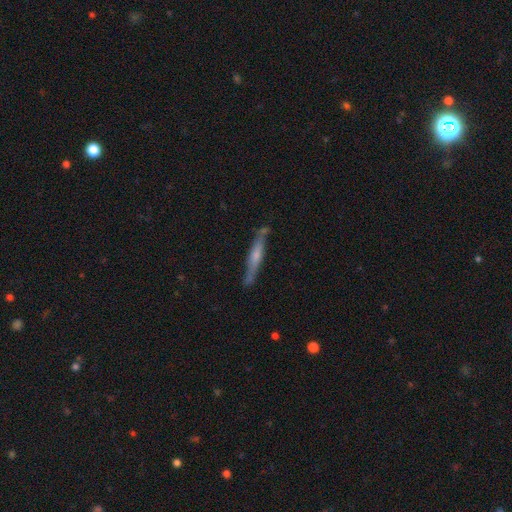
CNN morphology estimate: type=featured or disk (53%); edge-on=yes (92%); merging=none (77%).